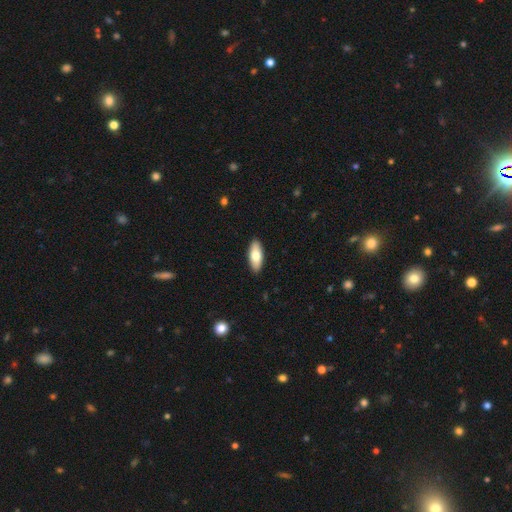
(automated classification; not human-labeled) Smooth or featured? Predicted: smooth (p=0.74). How rounded? Predicted: in between (p=0.79). Merging? Predicted: none (p=0.90).